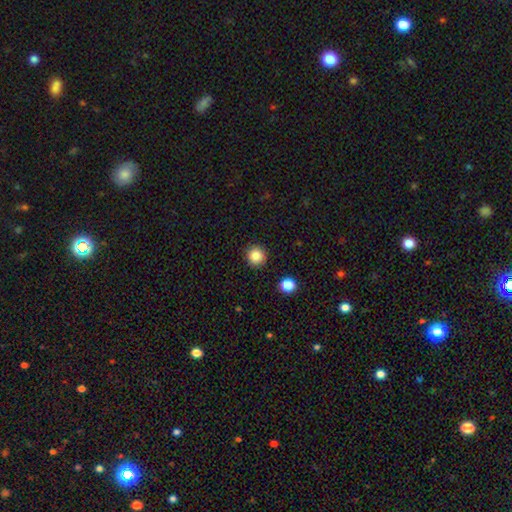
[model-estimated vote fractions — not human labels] smooth_or_featured: smooth (p=0.84) [alt: star or artifact p=0.11]
how_rounded: round (p=0.94) [alt: in between p=0.05]
merging: none (p=0.90) [alt: minor disturbance p=0.06]